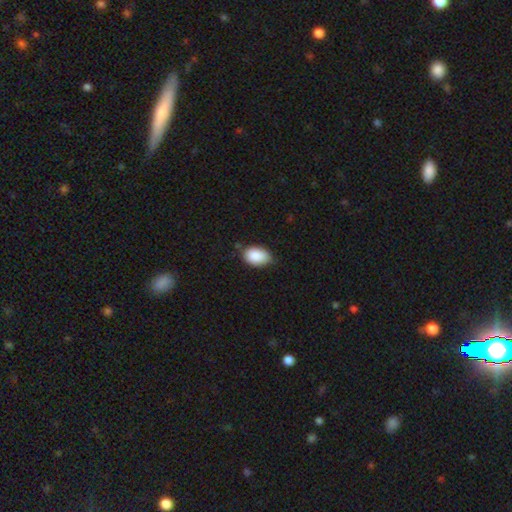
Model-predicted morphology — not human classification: A smooth galaxy with no disk features (88%) that is in between round and cigar-shaped (89%). Merging: none (64%).